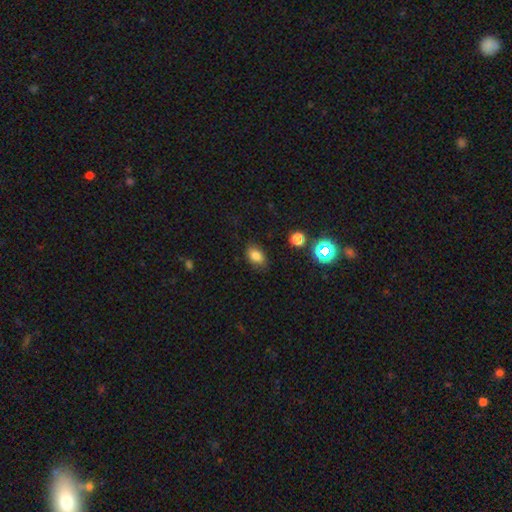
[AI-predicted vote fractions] The model was most divided on "how rounded": in between: 82%, round: 16%, cigar-shaped: 2%. More confident: merging — none (80%); smooth or featured — smooth (79%).